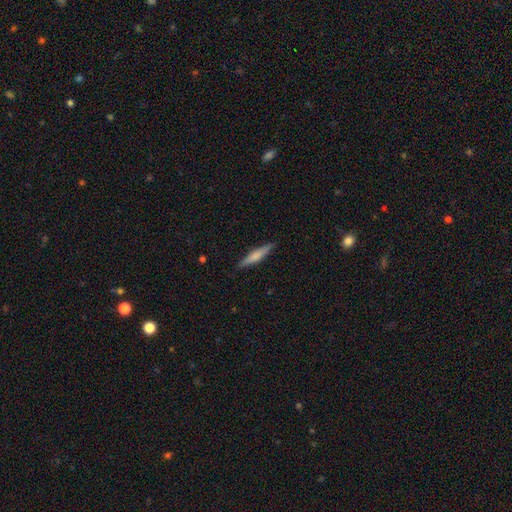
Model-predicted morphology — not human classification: A smooth galaxy with no disk features (57%) that is cigar-shaped (91%).

Vote fractions:
- Smooth or featured? smooth: 57% / featured or disk: 38% / star or artifact: 6%
- How rounded? cigar-shaped: 91% / in between: 8% / round: 2%
- Merging? none: 90% / minor disturbance: 8% / major disturbance: 2% / merger: 1%